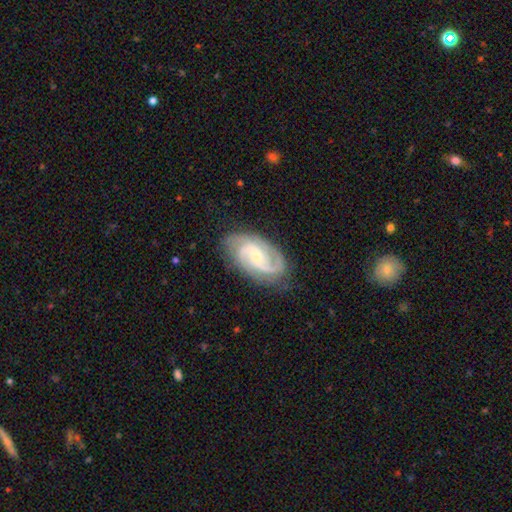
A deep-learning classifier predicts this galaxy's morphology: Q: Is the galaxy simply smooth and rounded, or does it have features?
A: featured or disk — 90%.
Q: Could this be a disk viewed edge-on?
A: no — 97%.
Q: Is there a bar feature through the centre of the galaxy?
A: weak — 44%, tied with no.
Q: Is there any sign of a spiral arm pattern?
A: yes — 98%.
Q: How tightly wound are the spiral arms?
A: medium — 49%.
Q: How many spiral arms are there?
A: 2 — 61%.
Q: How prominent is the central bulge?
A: small — 59%.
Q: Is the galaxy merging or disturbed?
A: none — 80%.